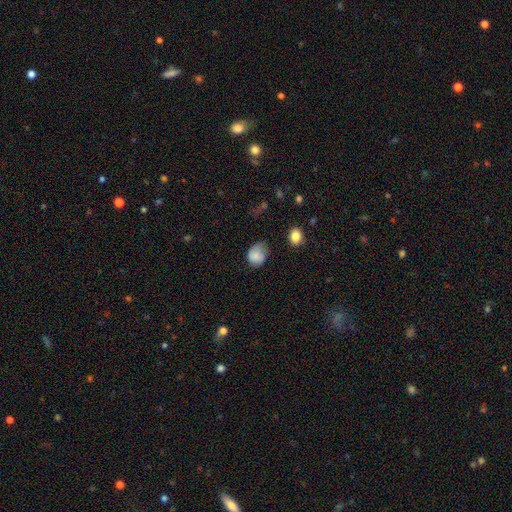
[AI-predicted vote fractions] Morphology: type=smooth (81%); roundness=round (55%); merging=none (56%).